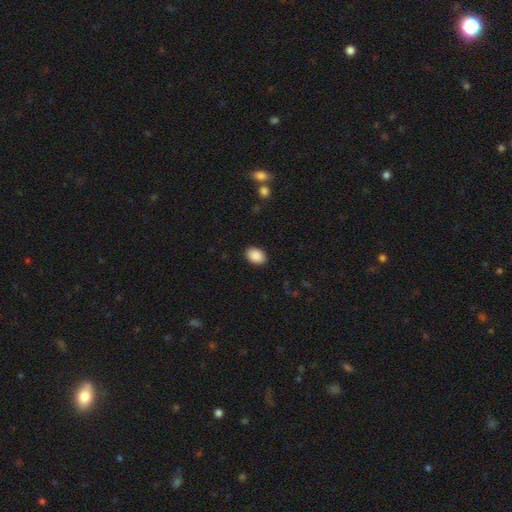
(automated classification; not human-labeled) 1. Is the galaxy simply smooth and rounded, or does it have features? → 90% smooth, 7% star or artifact, 3% featured or disk.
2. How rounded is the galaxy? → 79% in between, 20% round, 1% cigar-shaped.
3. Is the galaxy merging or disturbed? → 90% none, 7% minor disturbance, 2% major disturbance, 1% merger.